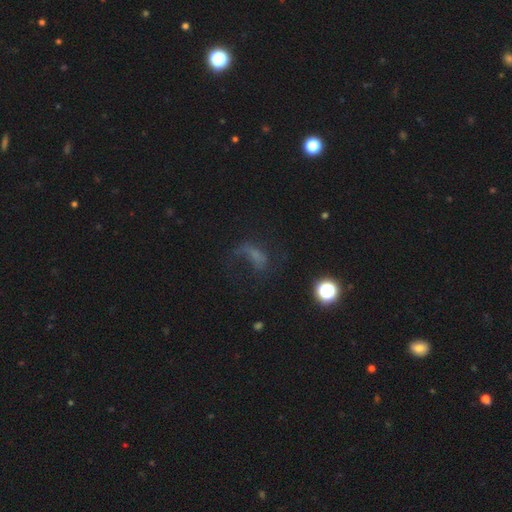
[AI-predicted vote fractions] Smooth or featured? Predicted: featured or disk (p=0.45). Merging? Predicted: major disturbance (p=0.44).